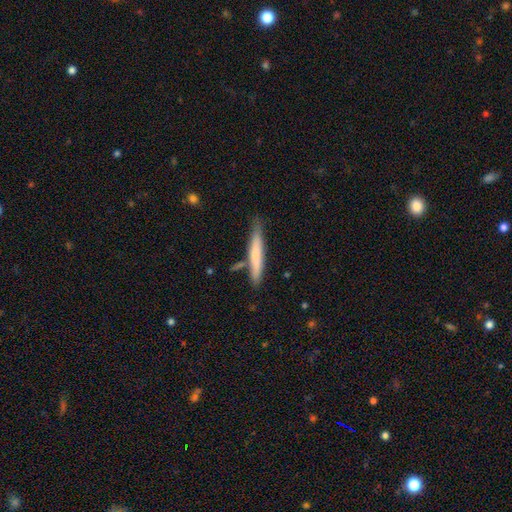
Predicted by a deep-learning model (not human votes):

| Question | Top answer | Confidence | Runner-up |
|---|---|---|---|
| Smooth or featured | smooth | 67% | featured or disk (27%) |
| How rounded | cigar-shaped | 94% | in between (5%) |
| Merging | none | 76% | minor disturbance (15%) |